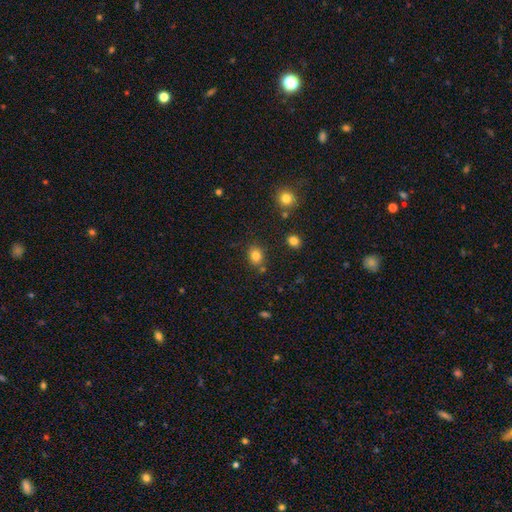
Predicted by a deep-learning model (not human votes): Overall: smooth (82%). How rounded: round (50%; in between 49%). Merging: none (78%).